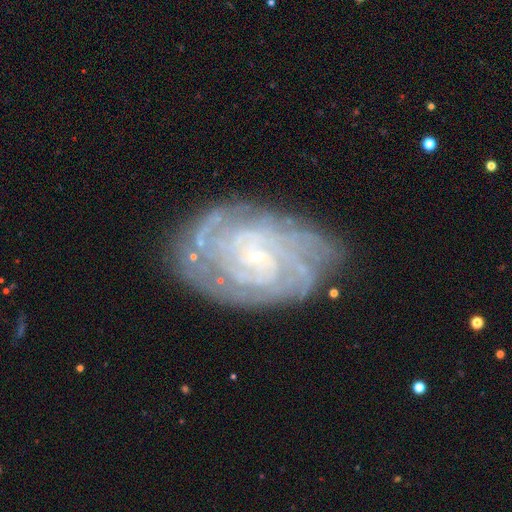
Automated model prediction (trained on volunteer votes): Smooth or featured? Predicted: featured or disk (p=0.87). Edge-on disk? Predicted: no (p=0.97). Bar? Predicted: no (p=0.67). Spiral arms? Predicted: yes (p=0.97). Spiral winding? Predicted: tight (p=0.77). Spiral arm count? Predicted: can't tell (p=0.28). Bulge size? Predicted: small (p=0.86). Merging? Predicted: none (p=0.77).